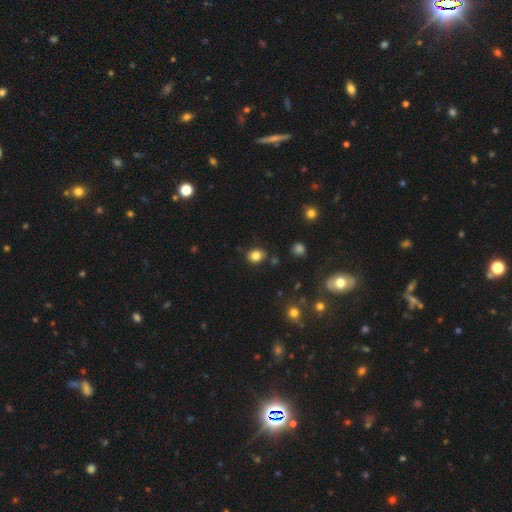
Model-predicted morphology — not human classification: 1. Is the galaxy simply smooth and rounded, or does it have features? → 83% smooth, 11% star or artifact, 6% featured or disk.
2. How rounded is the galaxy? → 60% round, 39% in between, 1% cigar-shaped.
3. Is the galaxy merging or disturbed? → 83% none, 11% minor disturbance, 3% merger, 3% major disturbance.